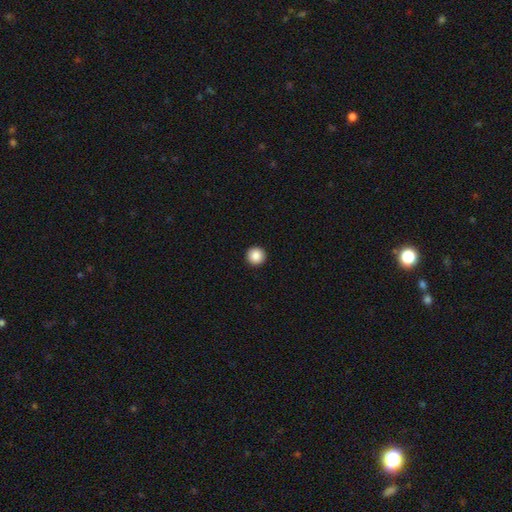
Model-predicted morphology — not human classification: type=smooth (88%); roundness=round (97%); merging=none (94%).